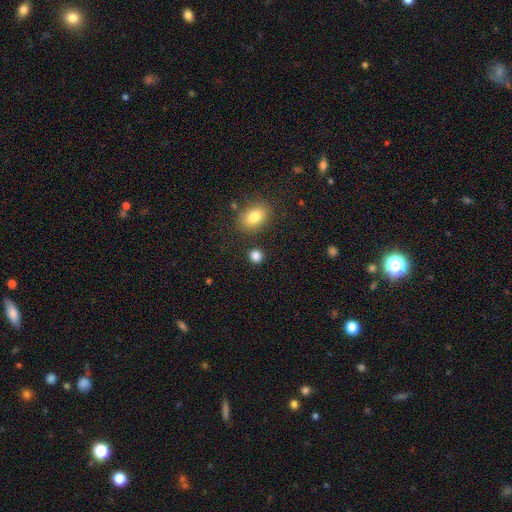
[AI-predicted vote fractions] smooth-or-featured: smooth: 85% | star or artifact: 11% | featured or disk: 4%
  how-rounded: round: 80% | in between: 19% | cigar-shaped: 1%
  merging: none: 85% | minor disturbance: 8% | merger: 4% | major disturbance: 3%